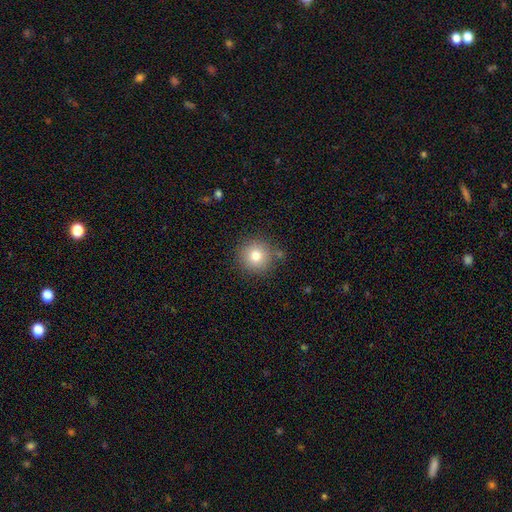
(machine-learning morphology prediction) Smooth or featured: smooth — 79% (star or artifact — 11%)
How rounded: round — 94% (in between — 5%)
Merging: none — 84% (minor disturbance — 9%)